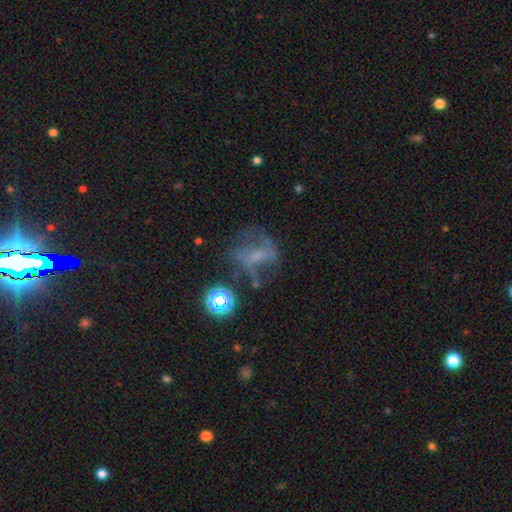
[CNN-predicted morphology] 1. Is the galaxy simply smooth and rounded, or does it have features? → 50% featured or disk, 26% smooth, 24% star or artifact.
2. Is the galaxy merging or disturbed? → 44% none, 30% major disturbance, 20% minor disturbance, 6% merger.